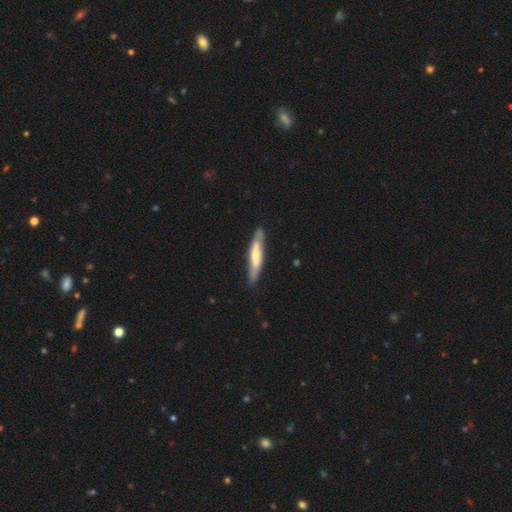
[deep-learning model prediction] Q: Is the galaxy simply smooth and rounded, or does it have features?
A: featured or disk — 48%.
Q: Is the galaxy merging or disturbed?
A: none — 81%.